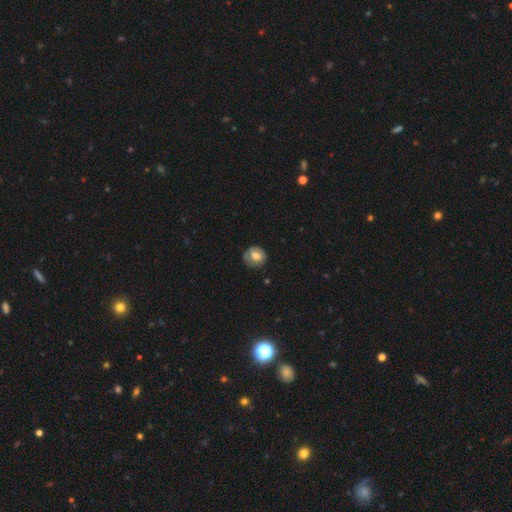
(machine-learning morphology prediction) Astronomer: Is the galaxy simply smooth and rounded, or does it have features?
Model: smooth — 64%.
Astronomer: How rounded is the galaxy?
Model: round — 80%.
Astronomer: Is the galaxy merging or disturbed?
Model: none — 71%.